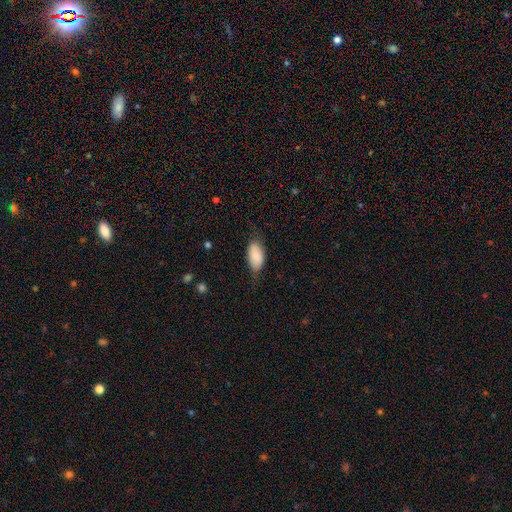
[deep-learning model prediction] Overall: smooth (82%). How rounded: in between (93%). Merging: none (62%; minor disturbance 29%).